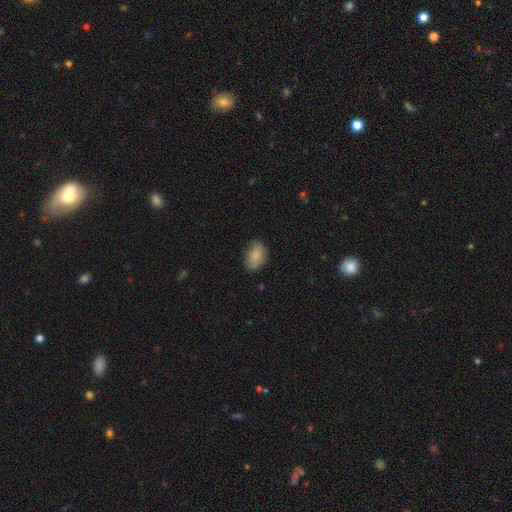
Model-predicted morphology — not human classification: This is clearly a smooth galaxy (85%). How rounded: clearly in between (83%). Merging: likely none (78%).